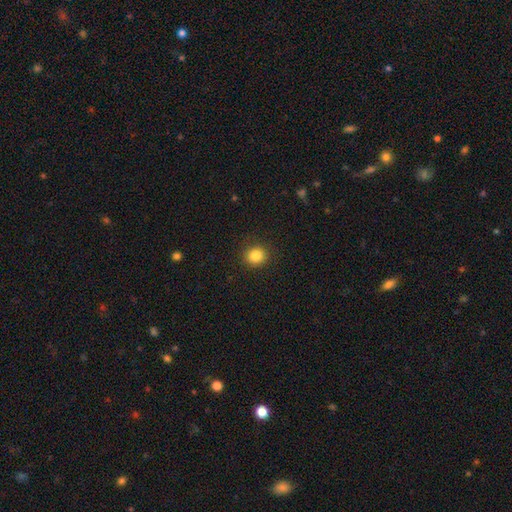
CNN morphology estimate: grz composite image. It shows a smooth galaxy with no disk features (84%) that is round (86%). Merging: none (90%).